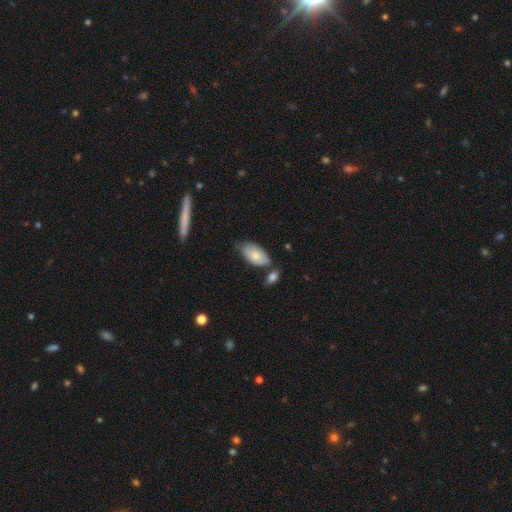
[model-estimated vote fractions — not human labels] A smooth galaxy with no disk features (78%) that is in between round and cigar-shaped (93%).

Vote fractions:
- Smooth or featured? smooth: 78% / featured or disk: 17% / star or artifact: 6%
- How rounded? in between: 93% / cigar-shaped: 4% / round: 3%
- Merging? none: 52% / minor disturbance: 27% / merger: 15% / major disturbance: 6%